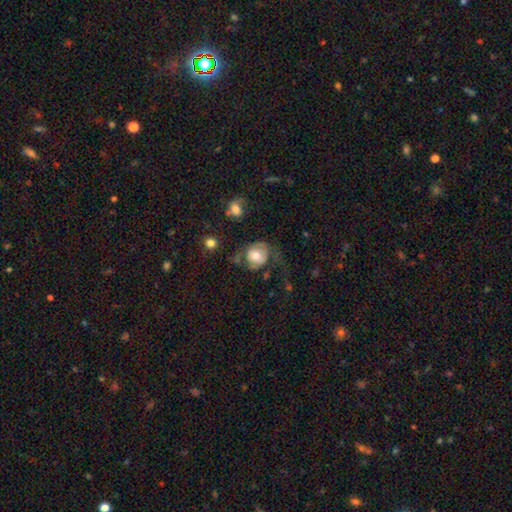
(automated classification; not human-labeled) Overall: smooth (58%; featured or disk 34%). How rounded: round (73%). Merging: none (37%; major disturbance 34%).